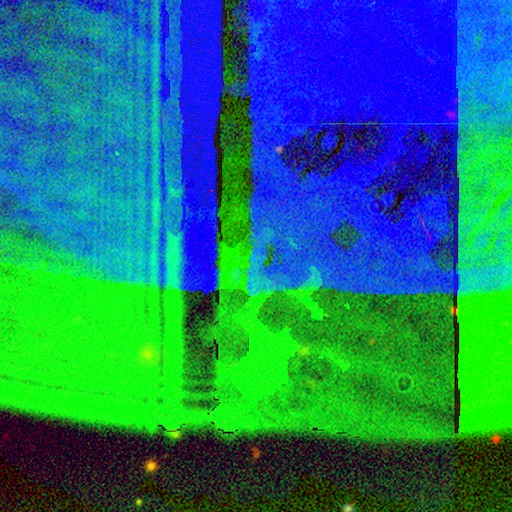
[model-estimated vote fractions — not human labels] The model was most divided on "smooth or featured": star or artifact: 89%, featured or disk: 6%, smooth: 5%.